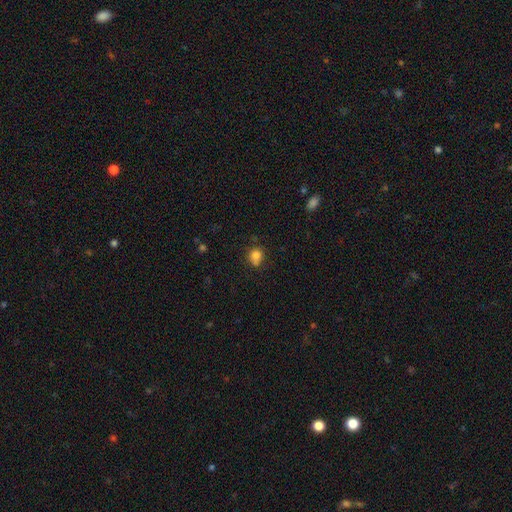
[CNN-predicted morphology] This is clearly a smooth galaxy (80%). How rounded: likely round (77%). Merging: possibly none (58%).